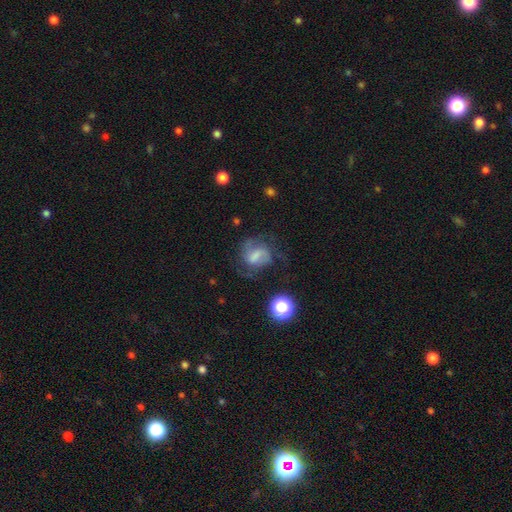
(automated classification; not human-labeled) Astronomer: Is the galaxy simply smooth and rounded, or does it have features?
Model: featured or disk — 56% (runner-up: smooth, 33%).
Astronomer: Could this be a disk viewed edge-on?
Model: no — 97%.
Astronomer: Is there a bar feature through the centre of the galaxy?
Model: weak — 49% (runner-up: no, 33%).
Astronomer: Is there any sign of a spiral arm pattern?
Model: yes — 82%.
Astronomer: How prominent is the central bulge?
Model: moderate — 29% (runner-up: none, 28%).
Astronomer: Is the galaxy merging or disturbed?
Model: none — 46% (runner-up: major disturbance, 28%).